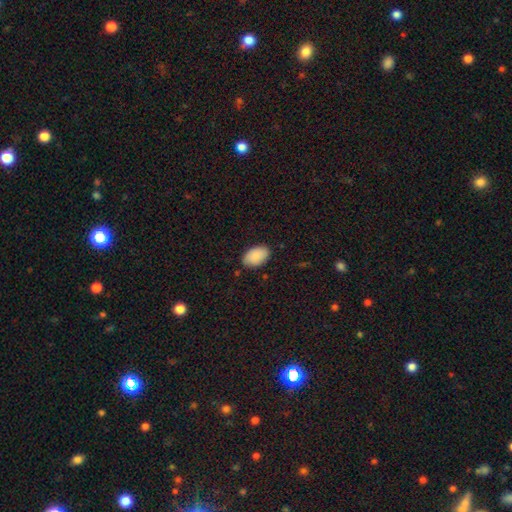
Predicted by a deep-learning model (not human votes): This is clearly a smooth galaxy (89%). How rounded: clearly in between (92%). Merging: clearly none (84%).